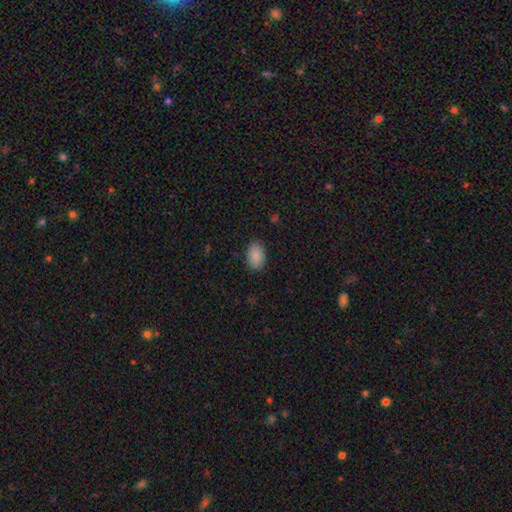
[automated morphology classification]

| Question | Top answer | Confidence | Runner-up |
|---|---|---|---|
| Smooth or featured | smooth | 89% | star or artifact (7%) |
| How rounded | in between | 85% | round (14%) |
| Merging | none | 86% | minor disturbance (11%) |